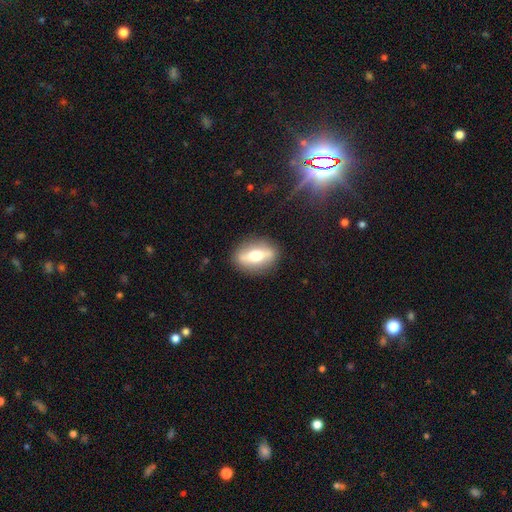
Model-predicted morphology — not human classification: The model was most divided on "smooth or featured": featured or disk: 50%, smooth: 43%, star or artifact: 7%. More confident: merging — none (85%).